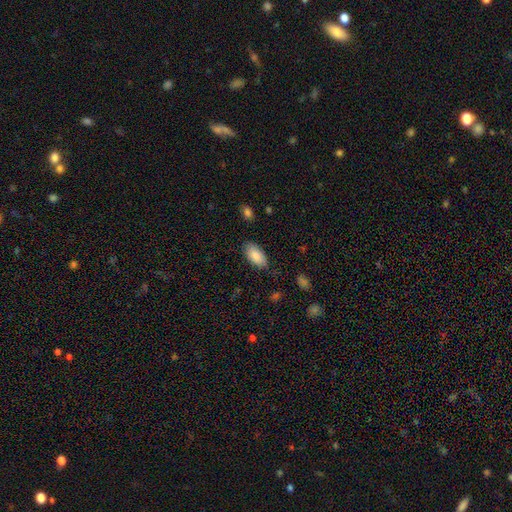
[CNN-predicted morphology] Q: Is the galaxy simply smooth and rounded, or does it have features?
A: smooth — 87%.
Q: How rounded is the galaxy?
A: in between — 94%.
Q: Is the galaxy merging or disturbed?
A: none — 81%.